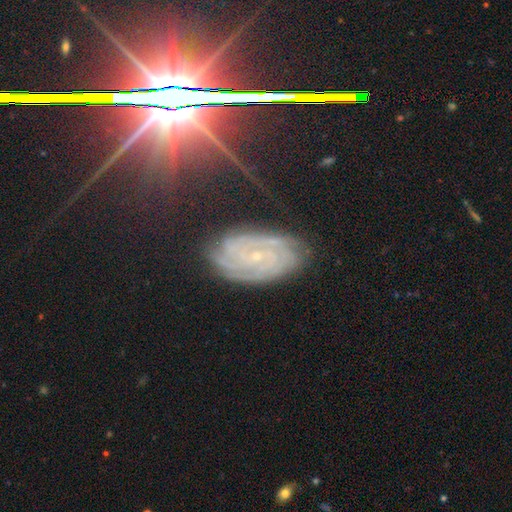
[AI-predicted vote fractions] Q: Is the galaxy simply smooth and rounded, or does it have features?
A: featured or disk — 79%.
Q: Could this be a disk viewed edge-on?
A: no — 95%.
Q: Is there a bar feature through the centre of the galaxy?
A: no — 65%.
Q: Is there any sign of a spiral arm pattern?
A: yes — 97%.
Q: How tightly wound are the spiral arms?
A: tight — 77%.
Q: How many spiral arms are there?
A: can't tell — 30%.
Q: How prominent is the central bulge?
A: small — 85%.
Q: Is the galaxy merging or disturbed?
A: none — 80%.